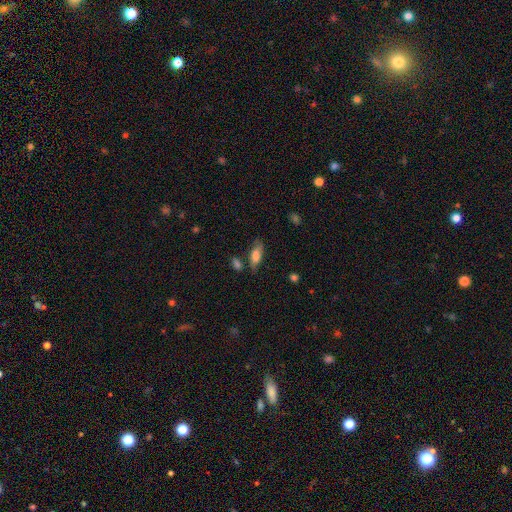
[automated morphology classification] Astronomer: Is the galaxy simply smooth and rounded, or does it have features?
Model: smooth — 72%.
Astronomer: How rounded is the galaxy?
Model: in between — 69%.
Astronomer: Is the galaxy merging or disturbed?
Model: none — 66%.